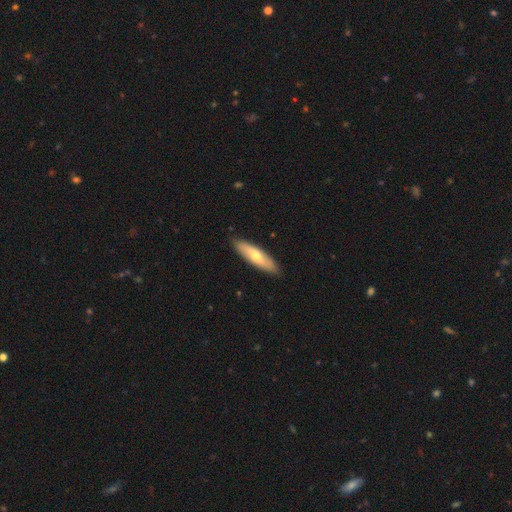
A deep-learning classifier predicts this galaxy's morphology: Smooth or featured? smooth (59%)
How rounded? cigar-shaped (61%)
Merging? none (88%)